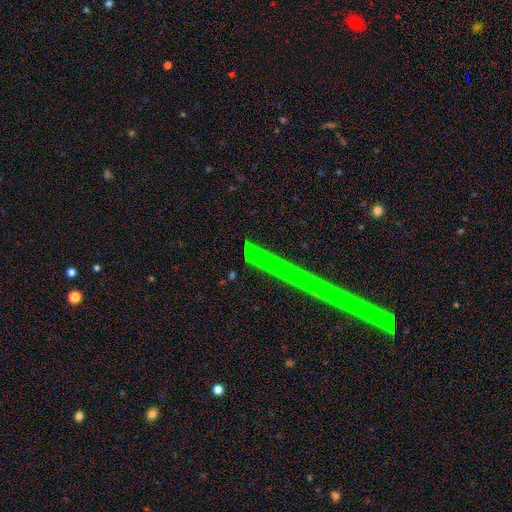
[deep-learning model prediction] Overall: star or artifact (67%).